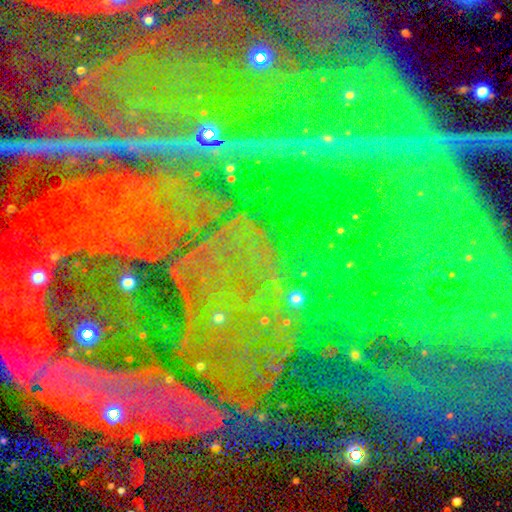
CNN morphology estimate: Smooth or featured: star or artifact — 87% (featured or disk — 7%)